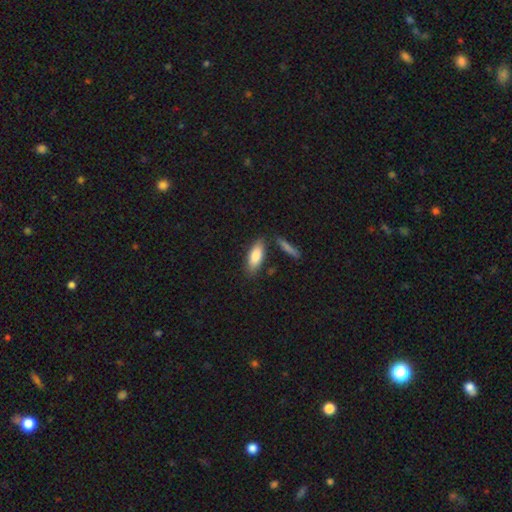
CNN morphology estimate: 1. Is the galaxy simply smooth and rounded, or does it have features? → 82% smooth, 13% featured or disk, 6% star or artifact.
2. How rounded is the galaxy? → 73% in between, 24% cigar-shaped, 2% round.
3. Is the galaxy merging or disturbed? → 79% none, 12% minor disturbance, 7% merger, 3% major disturbance.